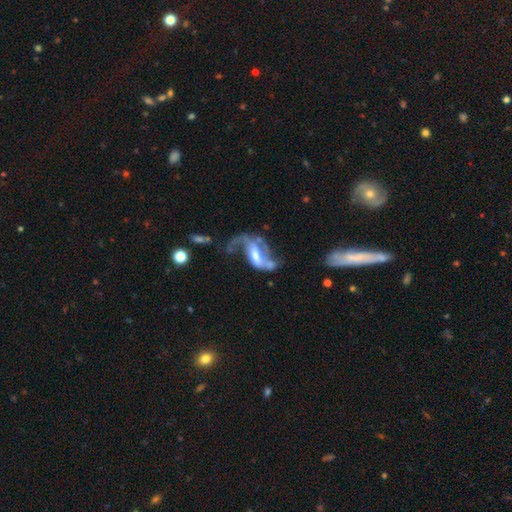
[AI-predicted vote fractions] Q: Smooth or featured?
A: featured or disk (78%); runner-up: smooth (15%)
Q: Edge-on disk?
A: no (95%); runner-up: yes (5%)
Q: Bar?
A: weak (42%); runner-up: strong (35%)
Q: Spiral arms?
A: yes (84%); runner-up: no (16%)
Q: Spiral winding?
A: loose (75%); runner-up: medium (20%)
Q: Spiral arm count?
A: 2 (68%); runner-up: 1 (22%)
Q: Bulge size?
A: moderate (49%); runner-up: small (27%)
Q: Merging?
A: major disturbance (41%); runner-up: none (28%)